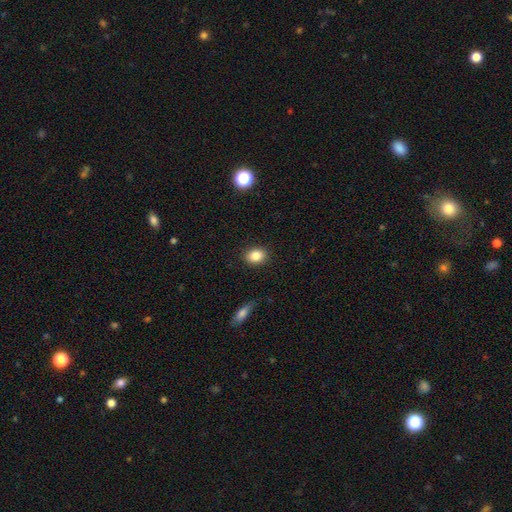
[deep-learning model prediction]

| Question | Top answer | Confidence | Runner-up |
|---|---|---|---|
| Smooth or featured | smooth | 84% | star or artifact (9%) |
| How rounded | in between | 59% | round (40%) |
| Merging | none | 89% | minor disturbance (8%) |